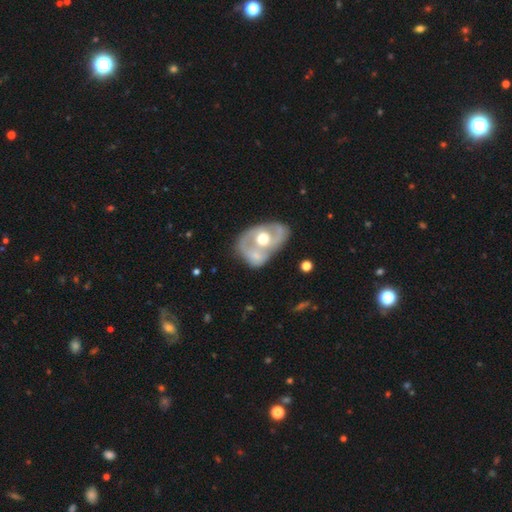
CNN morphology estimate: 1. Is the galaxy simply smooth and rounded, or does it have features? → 69% featured or disk, 26% smooth, 5% star or artifact.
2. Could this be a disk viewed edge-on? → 94% no, 6% yes.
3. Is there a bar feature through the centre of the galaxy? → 73% no, 21% weak, 7% strong.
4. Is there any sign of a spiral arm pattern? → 55% yes, 45% no.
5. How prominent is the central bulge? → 73% moderate, 17% large, 8% small, 1% dominant, 1% none.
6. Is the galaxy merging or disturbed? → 45% none, 30% merger, 16% minor disturbance, 9% major disturbance.